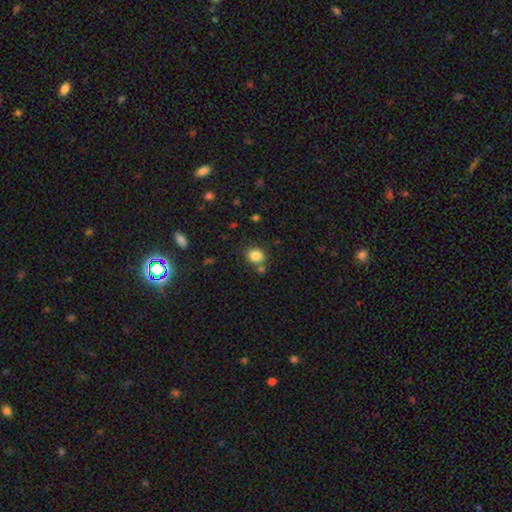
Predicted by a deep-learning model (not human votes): This is clearly a smooth galaxy (85%). How rounded: likely round (67%). Merging: likely none (73%).